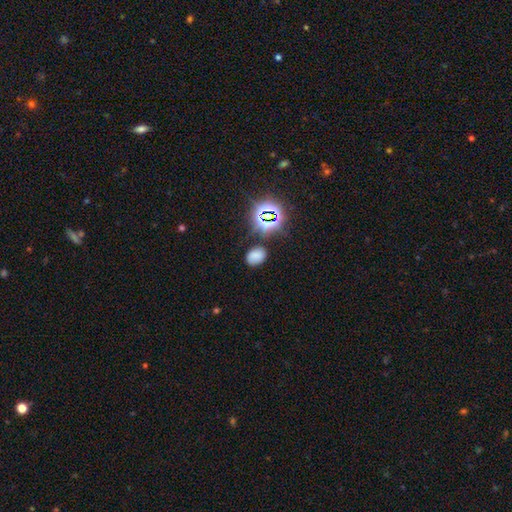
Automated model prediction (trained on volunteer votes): A smooth galaxy with no disk features (69%) that is in between round and cigar-shaped (78%).

Vote fractions:
- Smooth or featured? smooth: 69% / star or artifact: 24% / featured or disk: 8%
- How rounded? in between: 78% / round: 21% / cigar-shaped: 1%
- Merging? none: 78% / minor disturbance: 14% / major disturbance: 4% / merger: 3%